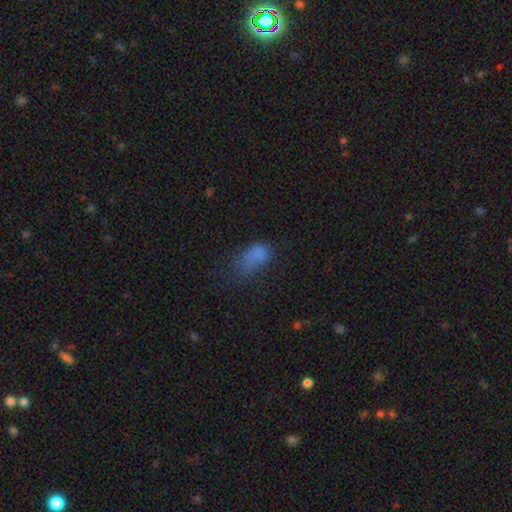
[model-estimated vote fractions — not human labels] This is likely a smooth galaxy (66%). How rounded: clearly in between (84%). Merging: marginally major disturbance (36%).